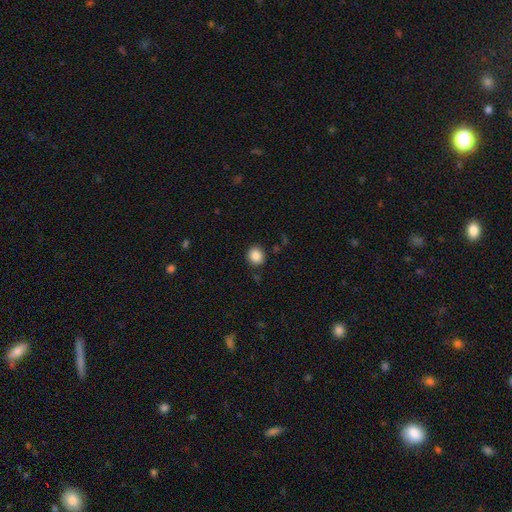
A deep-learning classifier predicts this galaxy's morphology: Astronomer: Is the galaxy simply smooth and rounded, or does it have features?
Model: smooth — 87%.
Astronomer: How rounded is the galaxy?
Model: round — 80%.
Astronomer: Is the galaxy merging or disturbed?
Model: none — 86%.